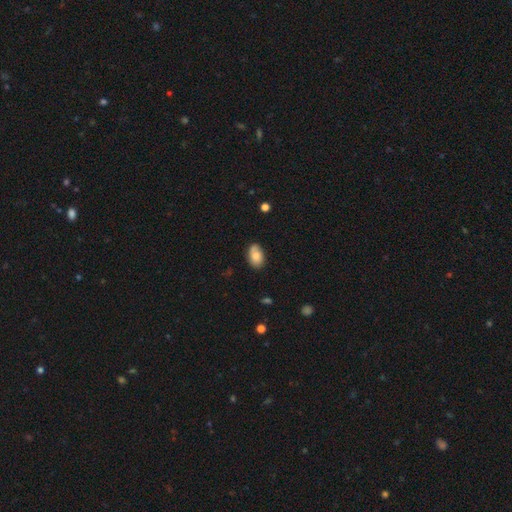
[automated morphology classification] Smooth or featured? smooth (76%)
How rounded? in between (90%)
Merging? none (69%)